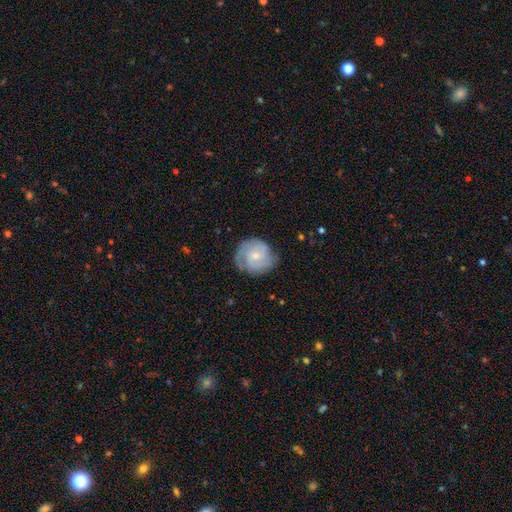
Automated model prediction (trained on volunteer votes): This appears to be a featured or disk galaxy (66%) with no bar (54%), 2 (41%) tight (51%) spiral arms (90%) and a small central bulge (55%). Merging: none (72%).